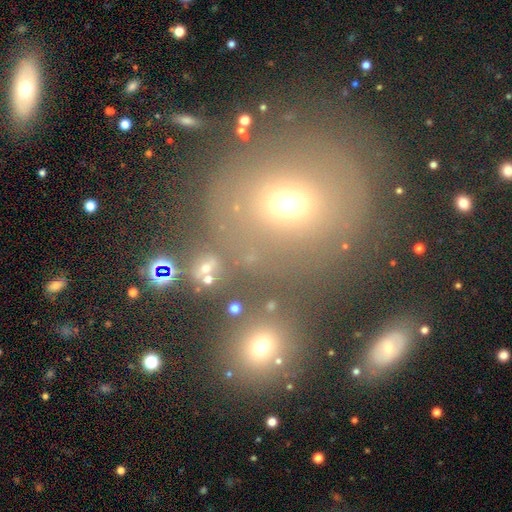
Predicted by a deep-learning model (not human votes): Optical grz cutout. It shows a smooth galaxy with no disk features (54%) that is round (73%). Merging: none (67%).